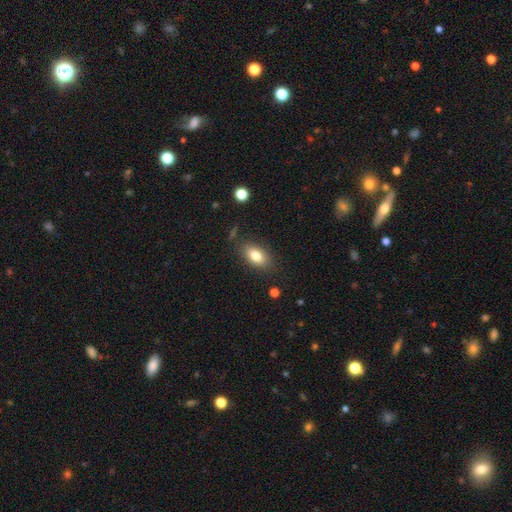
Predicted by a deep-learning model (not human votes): A smooth galaxy with no disk features (81%) that is in between round and cigar-shaped (89%).

Vote fractions:
- Smooth or featured? smooth: 81% / featured or disk: 11% / star or artifact: 8%
- How rounded? in between: 89% / round: 7% / cigar-shaped: 4%
- Merging? none: 82% / minor disturbance: 12% / major disturbance: 3% / merger: 2%